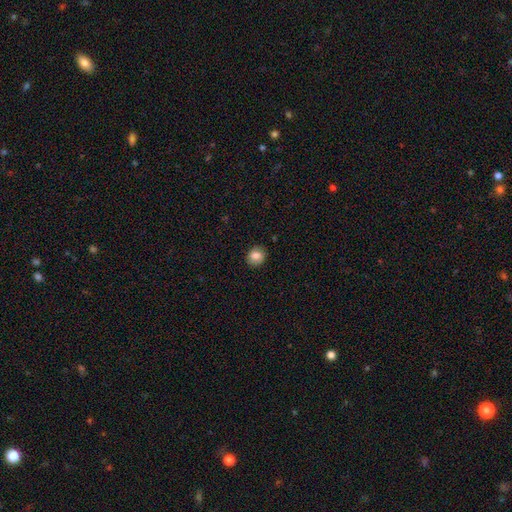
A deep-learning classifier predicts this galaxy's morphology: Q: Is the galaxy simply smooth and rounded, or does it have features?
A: smooth — 84%.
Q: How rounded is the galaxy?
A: round — 80%.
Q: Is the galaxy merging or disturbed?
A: none — 88%.